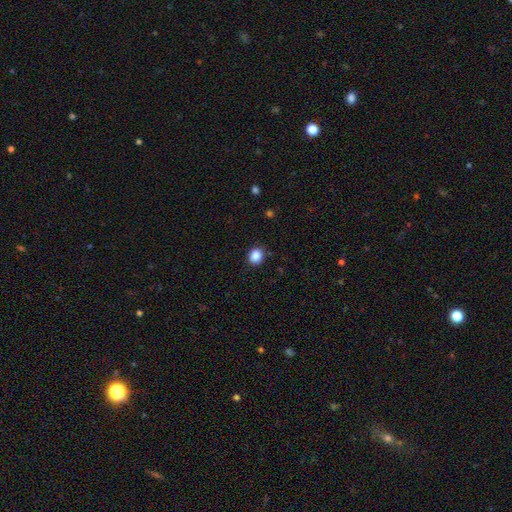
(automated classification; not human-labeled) This appears to be a smooth galaxy with no disk features (87%) that is round (75%). Merging: none (87%).